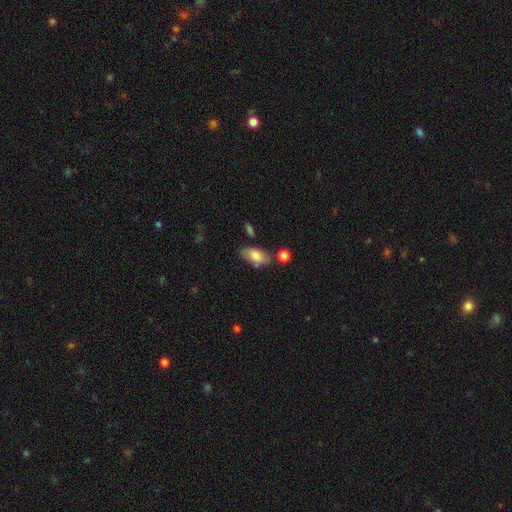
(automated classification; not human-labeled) smooth-or-featured: smooth: 81% | featured or disk: 12% | star or artifact: 7%
  how-rounded: in between: 90% | cigar-shaped: 6% | round: 4%
  merging: none: 65% | minor disturbance: 21% | merger: 9% | major disturbance: 6%